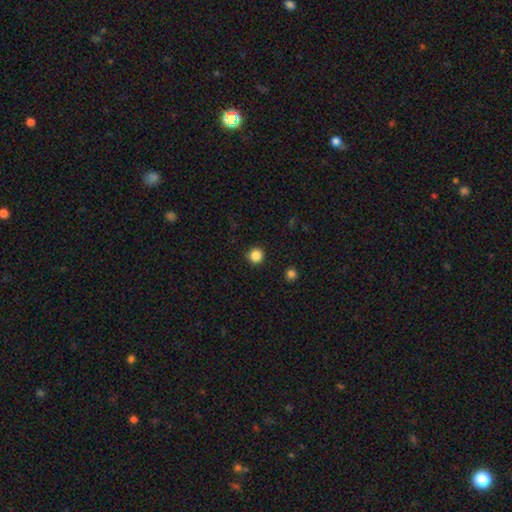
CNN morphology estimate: Smooth or featured? smooth (86%)
How rounded? round (95%)
Merging? none (92%)